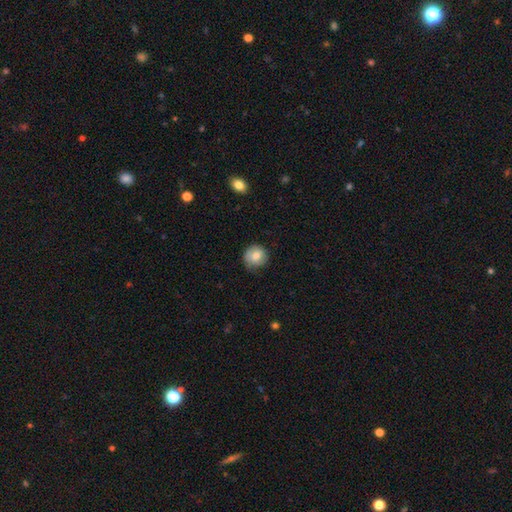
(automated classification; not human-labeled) This is likely a smooth galaxy (72%). How rounded: clearly round (90%). Merging: likely none (70%).